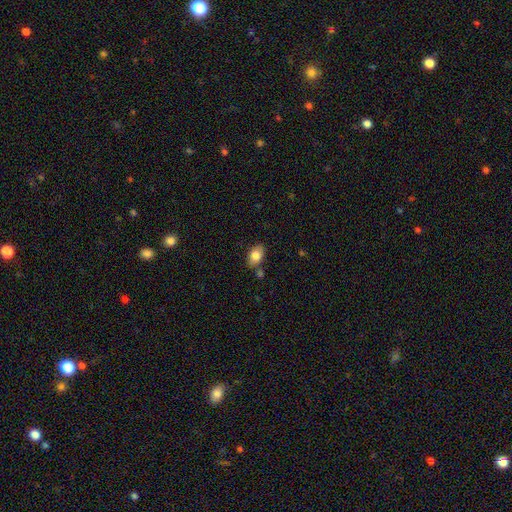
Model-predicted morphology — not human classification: smooth-or-featured: smooth: 82% | featured or disk: 11% | star or artifact: 7%
  how-rounded: in between: 87% | round: 11% | cigar-shaped: 1%
  merging: none: 73% | minor disturbance: 15% | merger: 9% | major disturbance: 3%